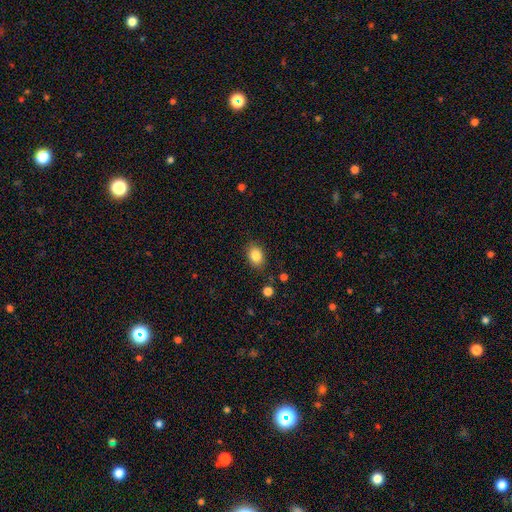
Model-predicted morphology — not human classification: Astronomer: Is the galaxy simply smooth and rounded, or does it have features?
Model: smooth — 85%.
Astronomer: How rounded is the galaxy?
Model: in between — 64%.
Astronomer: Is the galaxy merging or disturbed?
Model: none — 84%.